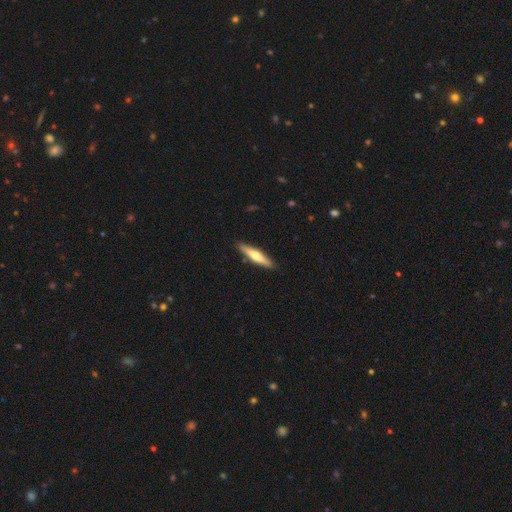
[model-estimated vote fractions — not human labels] Overall: smooth (53%; featured or disk 42%). How rounded: cigar-shaped (84%). Merging: none (89%).